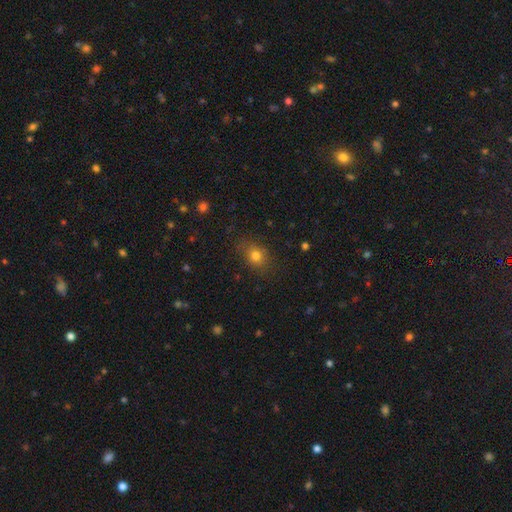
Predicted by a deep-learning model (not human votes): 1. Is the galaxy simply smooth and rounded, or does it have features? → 78% smooth, 13% star or artifact, 9% featured or disk.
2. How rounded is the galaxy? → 52% in between, 47% round, 2% cigar-shaped.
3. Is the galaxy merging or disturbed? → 79% none, 14% minor disturbance, 5% major disturbance, 1% merger.